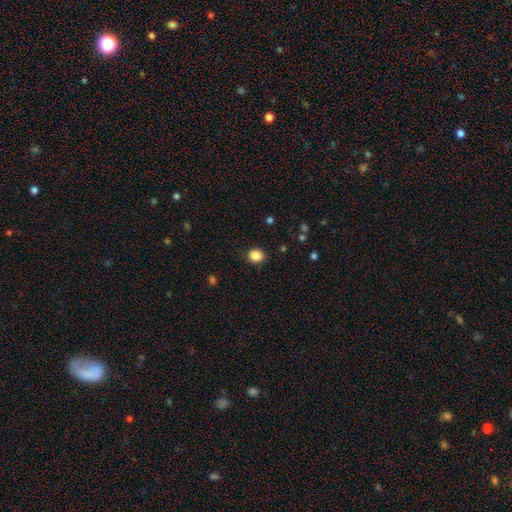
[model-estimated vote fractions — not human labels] Overall: smooth (86%). How rounded: round (67%; in between 32%). Merging: none (88%).